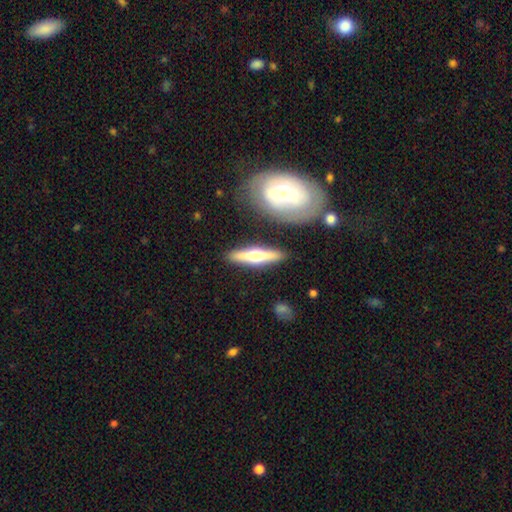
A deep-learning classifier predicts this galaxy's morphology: A featured or disk galaxy (56%) viewed edge-on (94%) with a rounded central bulge (93%).

Vote fractions:
- Smooth or featured? featured or disk: 56% / smooth: 39% / star or artifact: 5%
- Edge-on disk? yes: 94% / no: 6%
- Edge-on bulge? rounded: 93% / none: 4% / boxy: 3%
- Merging? none: 87% / minor disturbance: 8% / merger: 3% / major disturbance: 2%